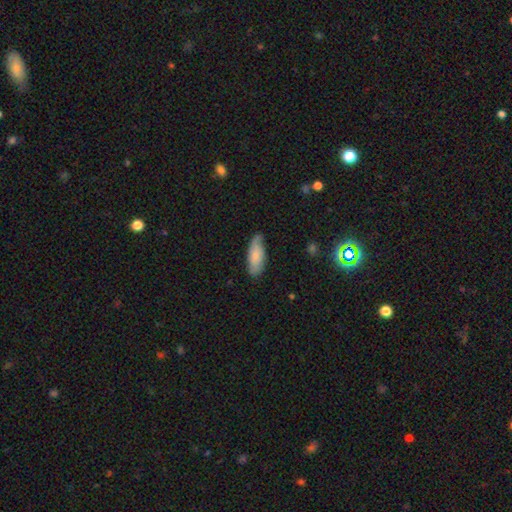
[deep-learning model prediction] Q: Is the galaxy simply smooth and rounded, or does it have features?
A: smooth — 64%.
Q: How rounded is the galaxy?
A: in between — 76%.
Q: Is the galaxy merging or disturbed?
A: none — 68%.